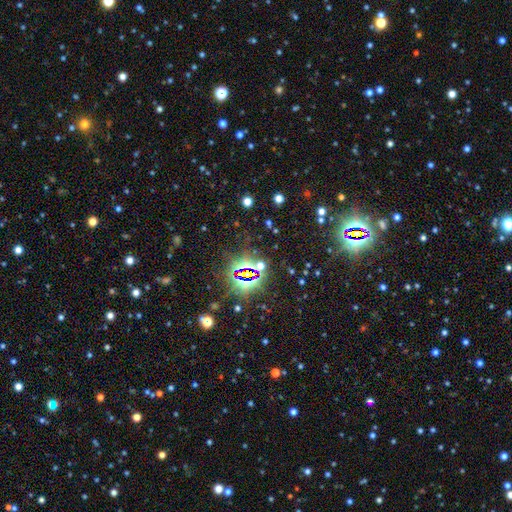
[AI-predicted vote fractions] Smooth or featured?
  - star or artifact: 82% *
  - smooth: 11%
  - featured or disk: 7%